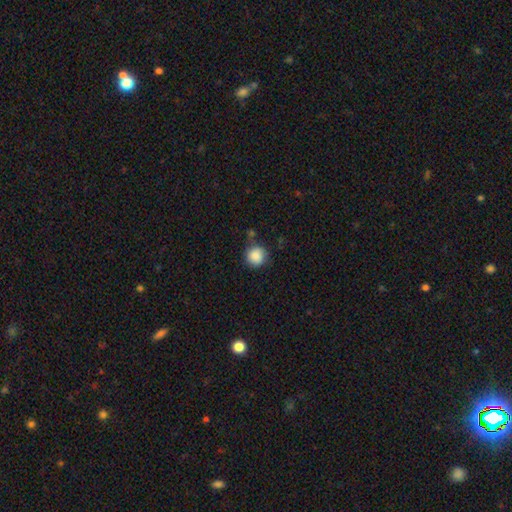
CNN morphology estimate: Overall: smooth (87%). How rounded: round (92%). Merging: none (74%).